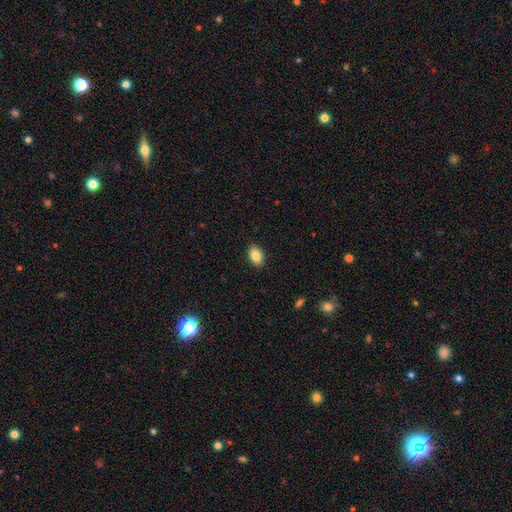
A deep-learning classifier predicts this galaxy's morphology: Smooth or featured?
  - smooth: 84% *
  - featured or disk: 8%
  - star or artifact: 8%
How rounded?
  - in between: 86% *
  - round: 13%
  - cigar-shaped: 1%
Merging?
  - none: 90% *
  - minor disturbance: 8%
  - major disturbance: 2%
  - merger: 1%